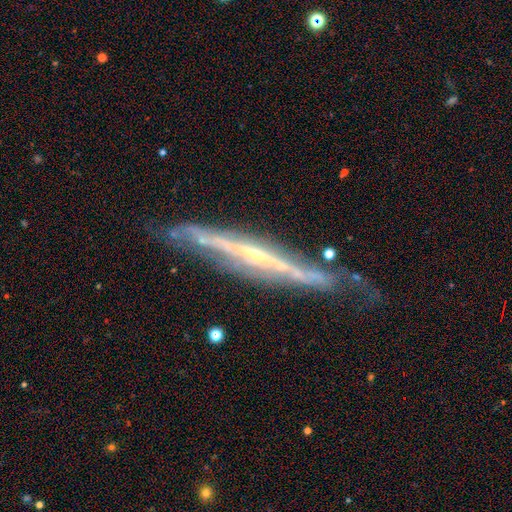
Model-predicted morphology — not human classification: smooth-or-featured: featured or disk: 86% | smooth: 8% | star or artifact: 6%
  disk-edge-on: yes: 87% | no: 13%
    edge-on-bulge: rounded: 58% | none: 36% | boxy: 6%
  merging: none: 66% | minor disturbance: 24% | major disturbance: 7% | merger: 3%